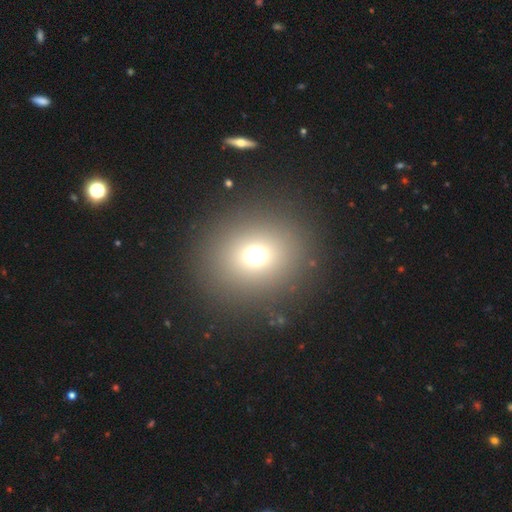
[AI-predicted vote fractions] smooth 68%, star or artifact 22%, featured or disk 9%. Down the decision tree: how rounded — round (77%); merging — none (87%).